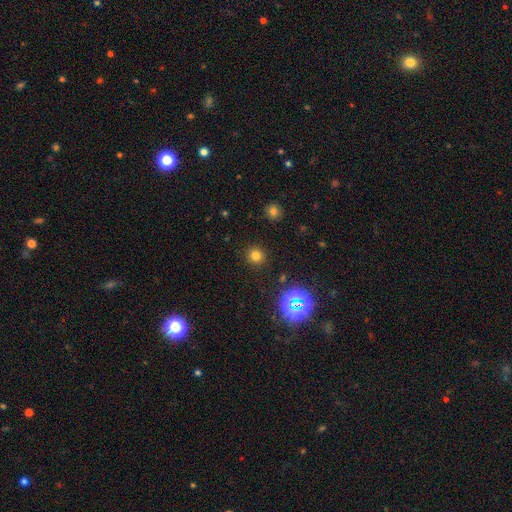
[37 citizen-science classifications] This is clearly a smooth galaxy (84%). How rounded: clearly round (94%). Merging: clearly none (92%).